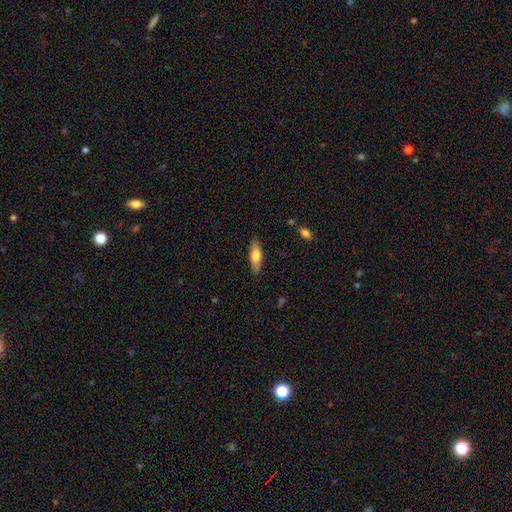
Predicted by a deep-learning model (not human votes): This appears to be a smooth galaxy with no disk features (63%) that is cigar-shaped (50%). Merging: none (85%).